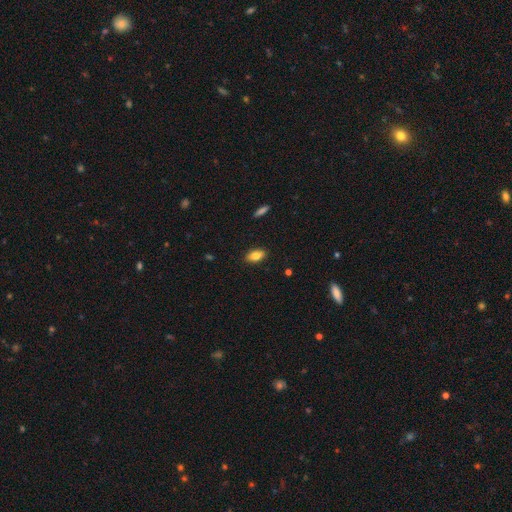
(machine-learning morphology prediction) This appears to be a smooth galaxy with no disk features (80%) that is in between round and cigar-shaped (88%). Merging: none (88%).